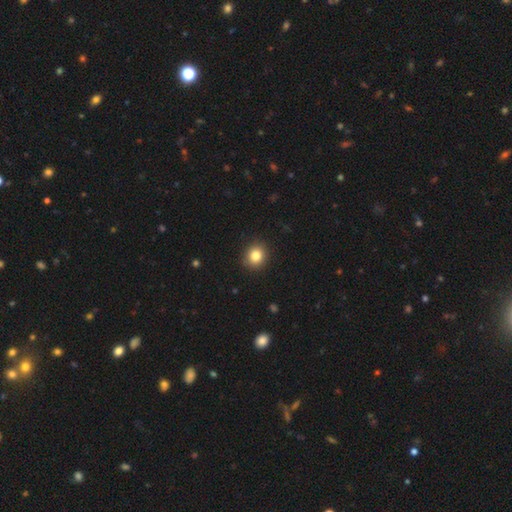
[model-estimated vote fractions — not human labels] Q: Smooth or featured?
A: smooth (83%); runner-up: star or artifact (11%)
Q: How rounded?
A: round (86%); runner-up: in between (13%)
Q: Merging?
A: none (91%); runner-up: minor disturbance (6%)